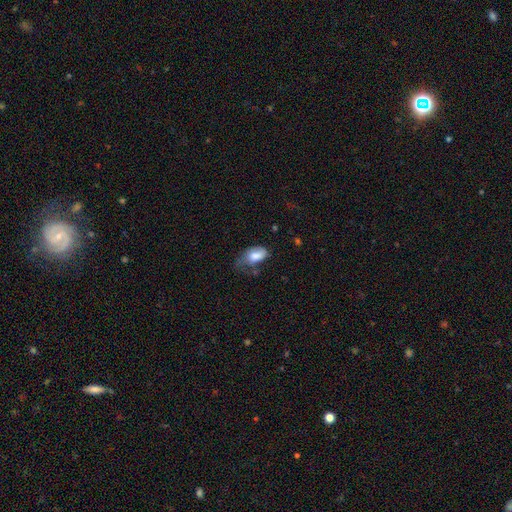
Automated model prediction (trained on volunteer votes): Overall: smooth (75%). How rounded: in between (91%). Merging: major disturbance (37%, tied with minor disturbance).